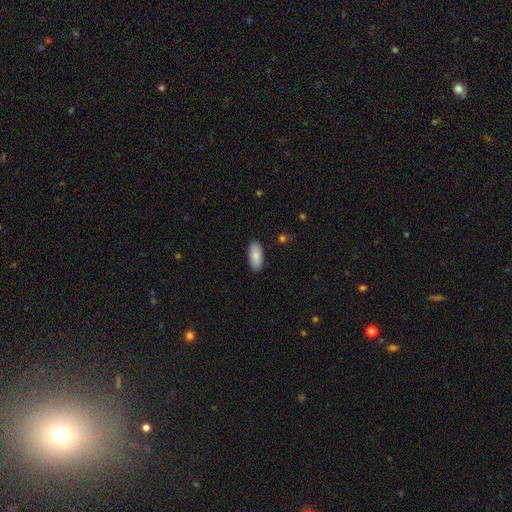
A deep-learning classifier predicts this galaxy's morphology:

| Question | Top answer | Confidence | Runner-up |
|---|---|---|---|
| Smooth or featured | smooth | 85% | featured or disk (9%) |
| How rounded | in between | 90% | cigar-shaped (8%) |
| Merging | none | 89% | minor disturbance (8%) |